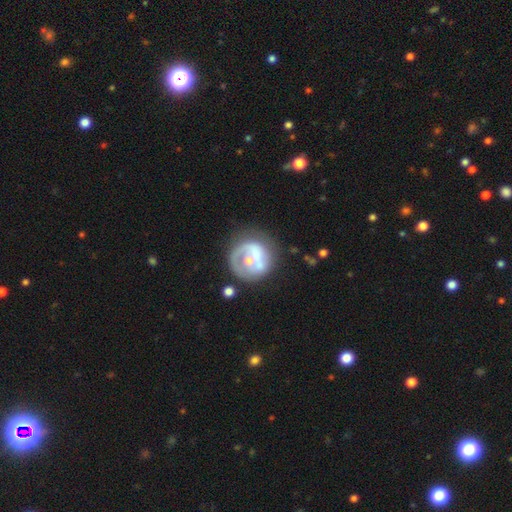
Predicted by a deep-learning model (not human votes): Overall: featured or disk (60%; smooth 33%). Edge-on disk: no (97%). Bar: no (67%). Spiral arms: no (61%; yes 39%). Bulge size: moderate (45%; small 41%). Merging: none (48%; minor disturbance 20%).